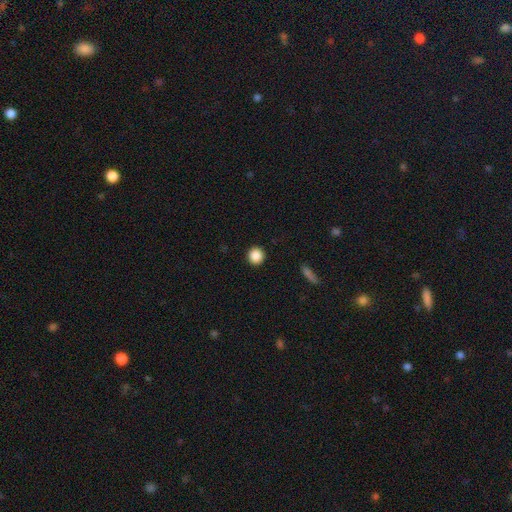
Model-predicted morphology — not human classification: Smooth or featured? smooth (88%)
How rounded? round (95%)
Merging? none (93%)